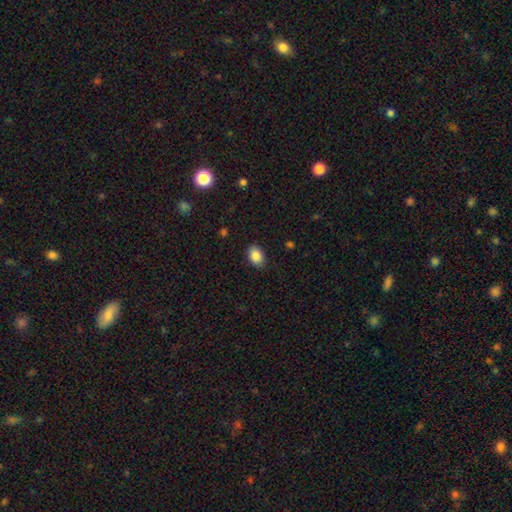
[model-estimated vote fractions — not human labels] smooth 87%, star or artifact 8%, featured or disk 5%. Down the decision tree: how rounded — in between (74%); merging — none (87%).